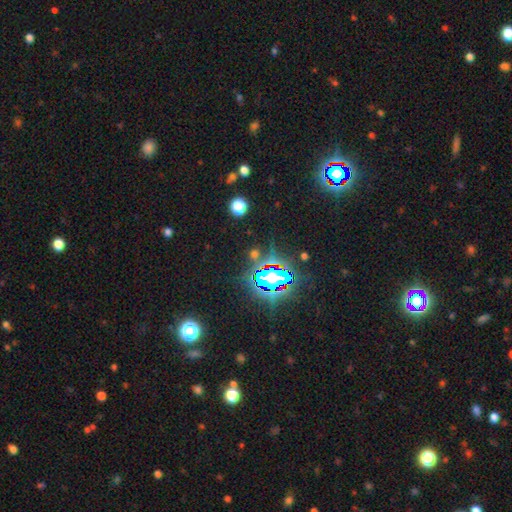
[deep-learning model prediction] Smooth or featured: star or artifact — 76% (smooth — 15%)